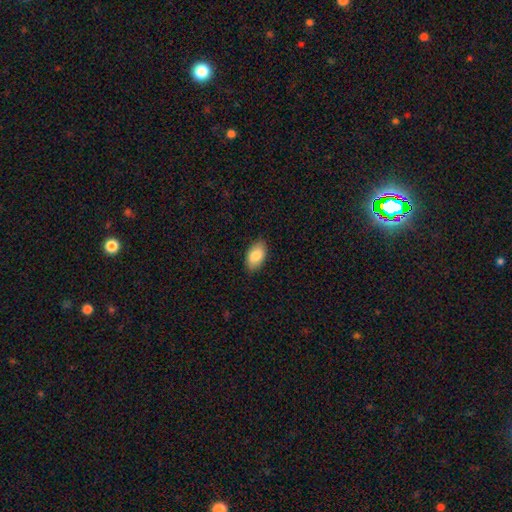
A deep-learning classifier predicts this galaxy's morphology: Q: Smooth or featured?
A: smooth (86%); runner-up: featured or disk (8%)
Q: How rounded?
A: in between (94%); runner-up: round (4%)
Q: Merging?
A: none (88%); runner-up: minor disturbance (10%)